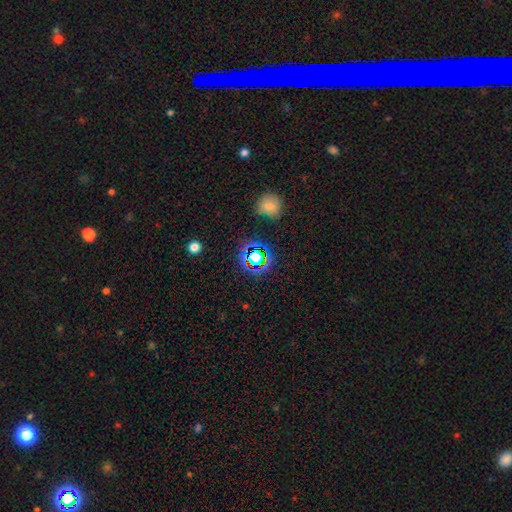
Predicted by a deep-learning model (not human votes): smooth_or_featured: star or artifact (p=0.65) [alt: smooth p=0.24]